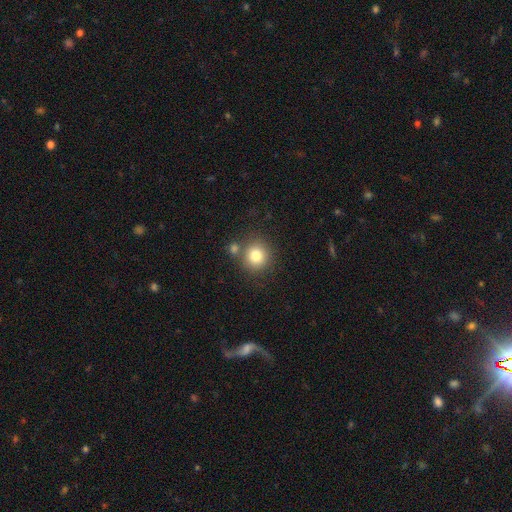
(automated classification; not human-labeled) smooth 80%, star or artifact 11%, featured or disk 8%. Down the decision tree: how rounded — round (90%); merging — none (72%).